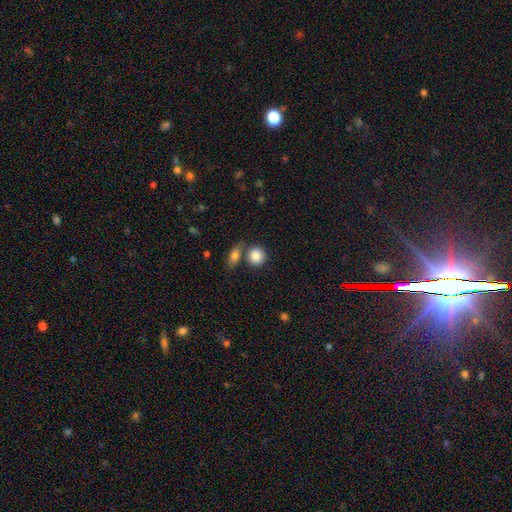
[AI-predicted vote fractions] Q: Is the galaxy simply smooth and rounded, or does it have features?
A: smooth — 86%.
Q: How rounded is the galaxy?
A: round — 83%.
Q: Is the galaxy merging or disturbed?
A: none — 63%.